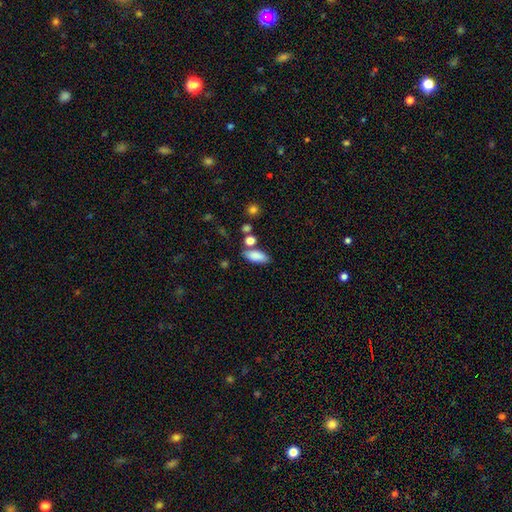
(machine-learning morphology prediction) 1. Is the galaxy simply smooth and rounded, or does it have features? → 85% smooth, 8% star or artifact, 7% featured or disk.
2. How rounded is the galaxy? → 81% in between, 15% cigar-shaped, 4% round.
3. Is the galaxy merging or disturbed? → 66% none, 15% merger, 15% minor disturbance, 4% major disturbance.